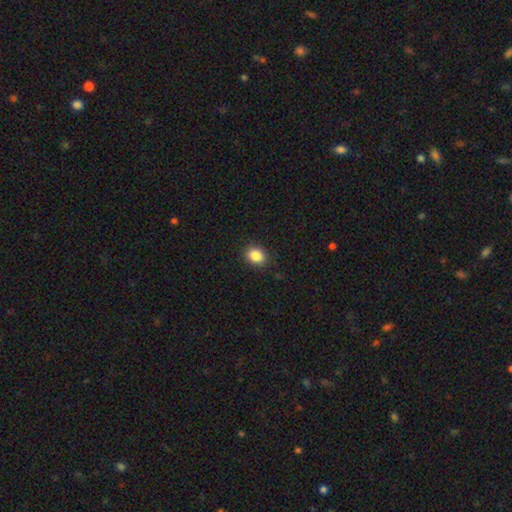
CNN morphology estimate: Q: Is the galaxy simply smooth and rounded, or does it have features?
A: smooth — 87%.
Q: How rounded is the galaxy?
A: in between — 54%.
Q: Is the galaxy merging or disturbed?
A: none — 90%.